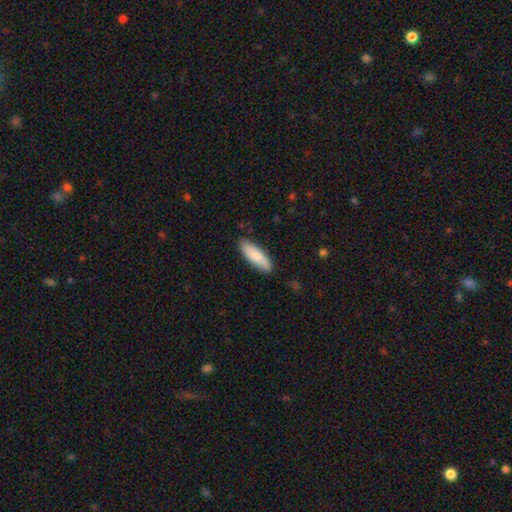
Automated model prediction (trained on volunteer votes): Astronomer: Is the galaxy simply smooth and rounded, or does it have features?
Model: smooth — 78%.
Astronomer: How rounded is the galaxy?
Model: in between — 56% (runner-up: cigar-shaped, 43%).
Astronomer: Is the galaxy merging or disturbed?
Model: none — 84%.